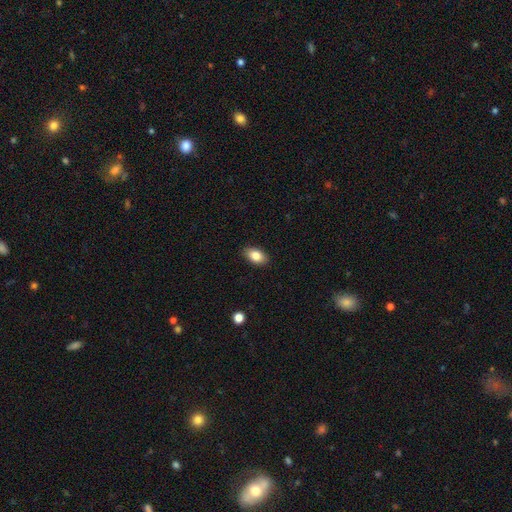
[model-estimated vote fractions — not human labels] smooth-or-featured: smooth: 83% | featured or disk: 9% | star or artifact: 8%
  how-rounded: in between: 90% | round: 8% | cigar-shaped: 2%
  merging: none: 88% | minor disturbance: 9% | major disturbance: 2% | merger: 1%